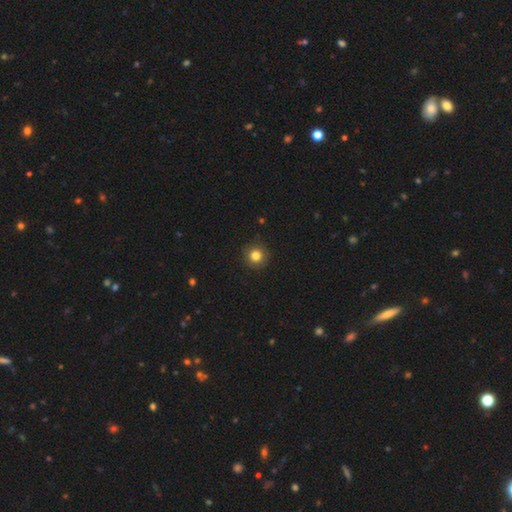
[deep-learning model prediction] A smooth galaxy with no disk features (82%) that is round (95%). Merging: none (92%).